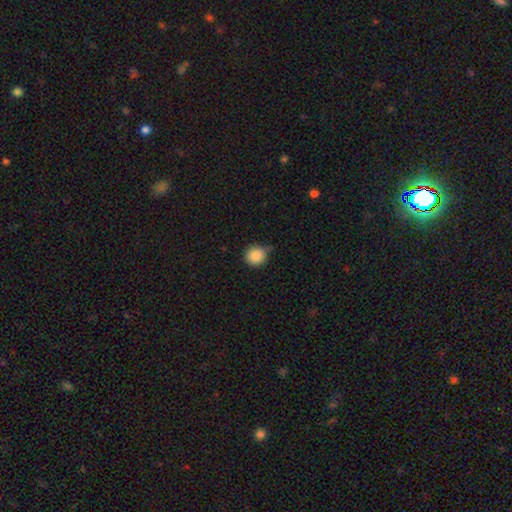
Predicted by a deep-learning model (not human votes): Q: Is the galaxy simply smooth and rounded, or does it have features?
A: smooth — 87%.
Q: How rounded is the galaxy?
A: round — 92%.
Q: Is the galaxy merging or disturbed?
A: none — 69%.